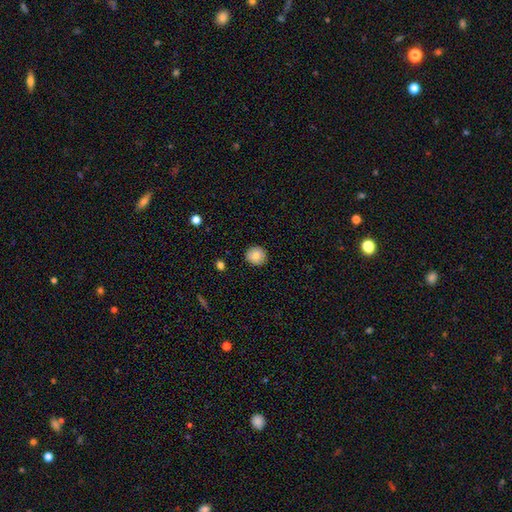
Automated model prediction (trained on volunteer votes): smooth-or-featured: smooth: 86% | star or artifact: 8% | featured or disk: 6%
  how-rounded: round: 90% | in between: 9% | cigar-shaped: 1%
  merging: none: 89% | minor disturbance: 8% | major disturbance: 2% | merger: 1%